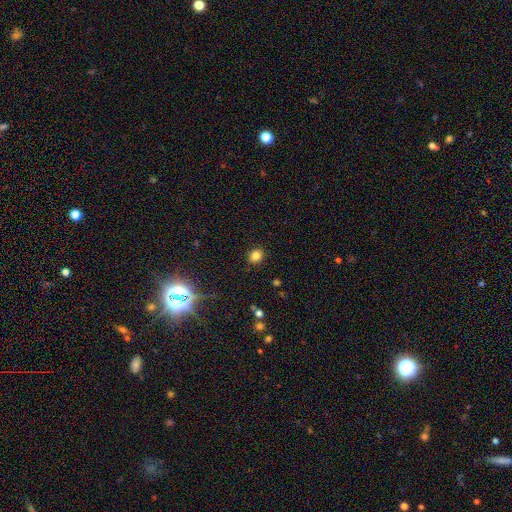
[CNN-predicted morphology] Overall: smooth (80%). How rounded: round (70%). Merging: none (90%).